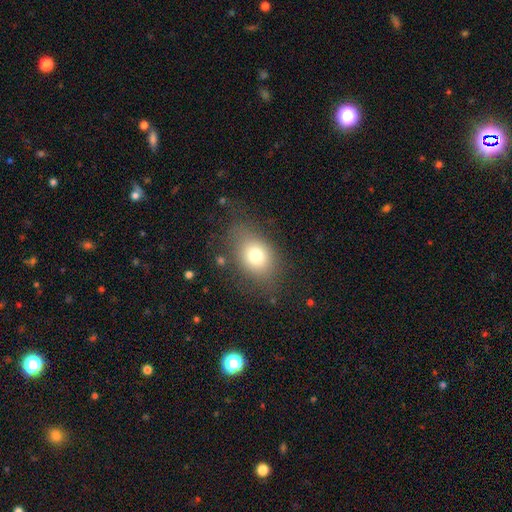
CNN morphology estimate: smooth_or_featured: smooth (p=0.74) [alt: featured or disk p=0.14]
how_rounded: in between (p=0.64) [alt: round p=0.34]
merging: none (p=0.67) [alt: minor disturbance p=0.19]